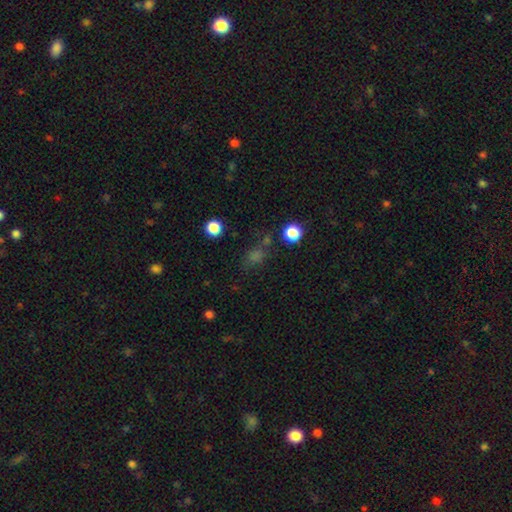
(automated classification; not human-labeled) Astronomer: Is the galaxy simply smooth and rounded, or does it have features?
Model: smooth — 62%.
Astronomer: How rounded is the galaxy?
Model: round — 61%.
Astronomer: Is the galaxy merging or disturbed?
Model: none — 70%.